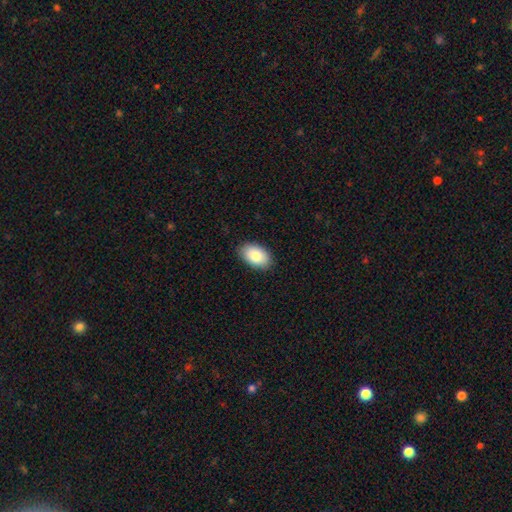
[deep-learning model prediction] smooth_or_featured: smooth (p=0.86) [alt: featured or disk p=0.07]
how_rounded: in between (p=0.93) [alt: round p=0.06]
merging: none (p=0.87) [alt: minor disturbance p=0.10]